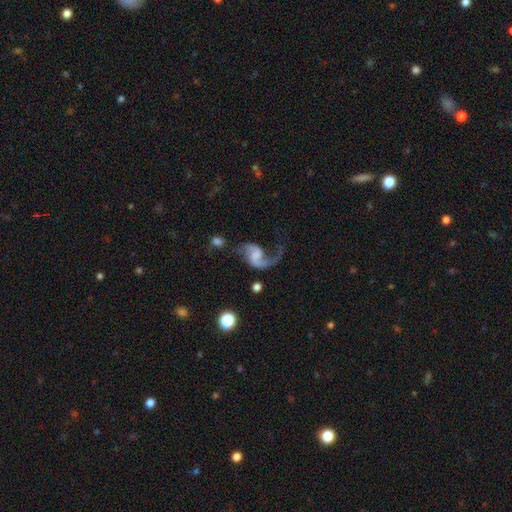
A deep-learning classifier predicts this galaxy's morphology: Smooth or featured? featured or disk (86%)
Edge-on disk? no (98%)
Bar? no (47%)
Spiral arms? yes (96%)
Spiral winding? loose (77%)
Spiral arm count? 2 (81%)
Bulge size? none (49%)
Merging? none (51%)